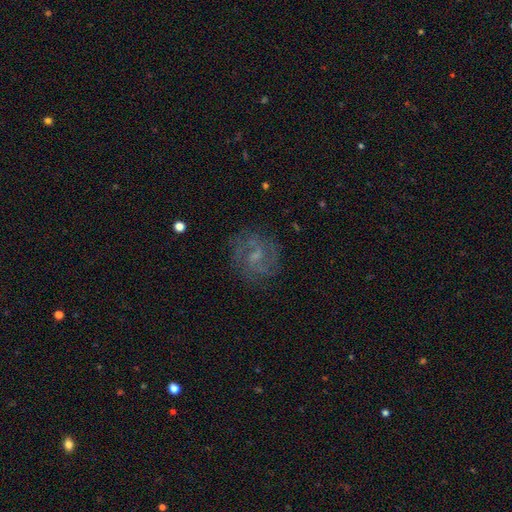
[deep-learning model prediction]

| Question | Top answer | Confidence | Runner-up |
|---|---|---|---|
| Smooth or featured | featured or disk | 72% | smooth (17%) |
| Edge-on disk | no | 98% | yes (2%) |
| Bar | weak | 55% | no (34%) |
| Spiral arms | yes | 91% | no (9%) |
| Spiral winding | medium | 47% | tight (38%) |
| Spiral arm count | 2 | 59% | can't tell (21%) |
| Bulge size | small | 51% | moderate (28%) |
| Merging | none | 79% | minor disturbance (13%) |